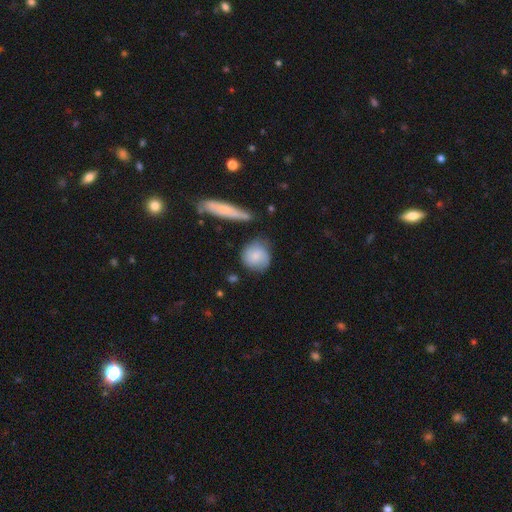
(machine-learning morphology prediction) smooth 71%, featured or disk 22%, star or artifact 7%. Down the decision tree: how rounded — round (83%); merging — none (65%).